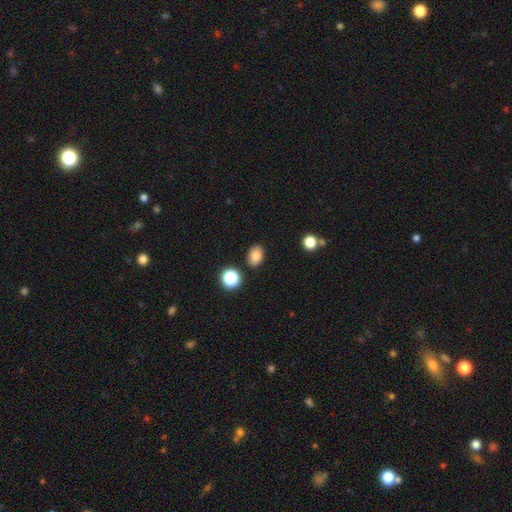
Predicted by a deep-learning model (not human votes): Smooth or featured: smooth — 81% (star or artifact — 11%)
How rounded: in between — 75% (round — 24%)
Merging: none — 86% (minor disturbance — 9%)